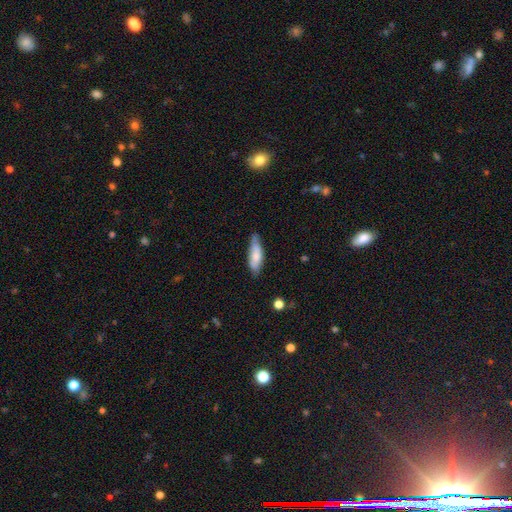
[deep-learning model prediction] Smooth or featured?
  - smooth: 72% *
  - featured or disk: 22%
  - star or artifact: 6%
How rounded?
  - in between: 51% *
  - cigar-shaped: 47%
  - round: 2%
Merging?
  - none: 67% *
  - minor disturbance: 26%
  - major disturbance: 5%
  - merger: 2%